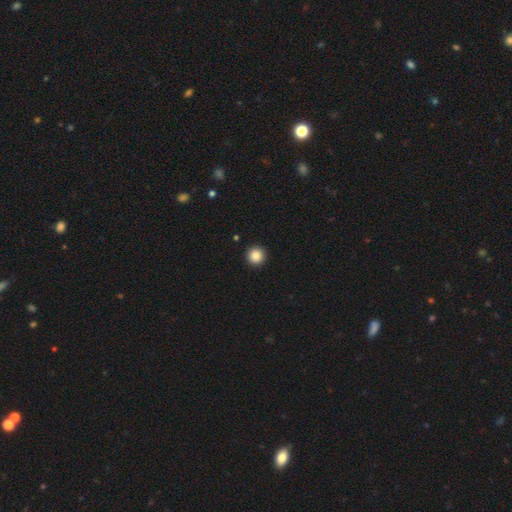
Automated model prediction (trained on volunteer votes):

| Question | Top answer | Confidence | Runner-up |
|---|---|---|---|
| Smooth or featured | smooth | 87% | star or artifact (9%) |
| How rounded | round | 96% | in between (3%) |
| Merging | none | 94% | minor disturbance (4%) |